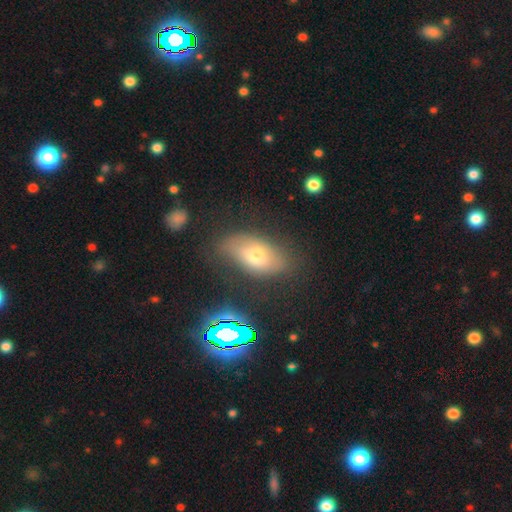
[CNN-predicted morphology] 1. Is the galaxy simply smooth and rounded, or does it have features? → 59% smooth, 25% featured or disk, 15% star or artifact.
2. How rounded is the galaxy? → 88% in between, 7% round, 4% cigar-shaped.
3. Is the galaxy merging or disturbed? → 71% none, 19% minor disturbance, 7% major disturbance, 3% merger.